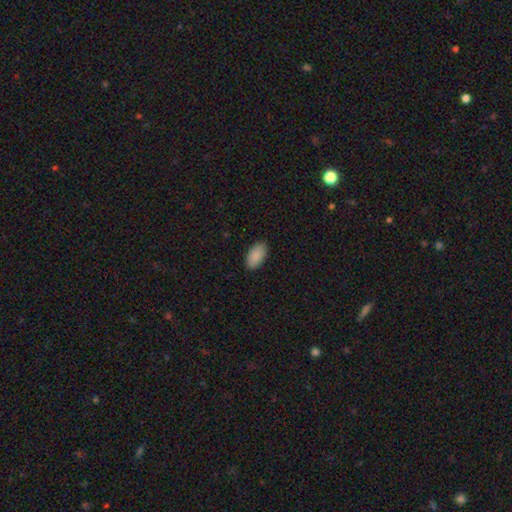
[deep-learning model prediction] smooth-or-featured: smooth: 90% | star or artifact: 6% | featured or disk: 3%
  how-rounded: in between: 95% | cigar-shaped: 3% | round: 3%
  merging: none: 87% | minor disturbance: 10% | major disturbance: 2% | merger: 1%